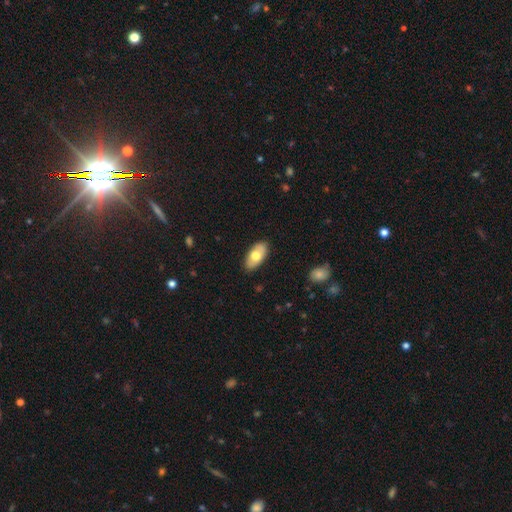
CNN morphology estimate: Smooth or featured? smooth (67%)
How rounded? in between (93%)
Merging? none (86%)